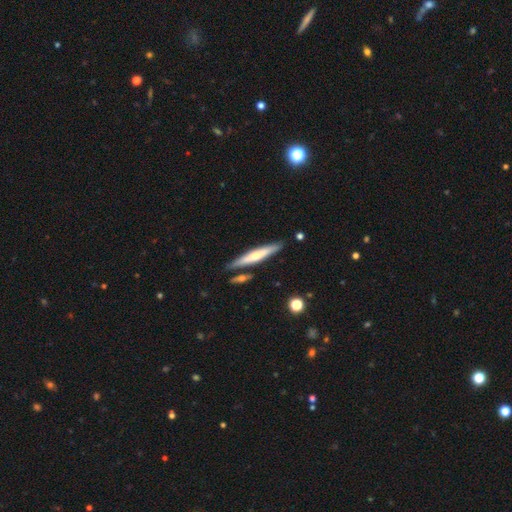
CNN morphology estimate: Smooth or featured?
  - smooth: 47% * (tied)
  - featured or disk: 47% * (tied)
  - star or artifact: 6%
Merging?
  - none: 80% *
  - minor disturbance: 11%
  - merger: 7%
  - major disturbance: 2%